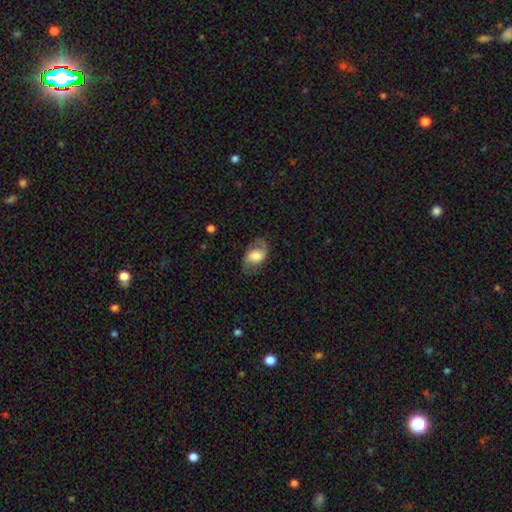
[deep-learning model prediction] A featured or disk galaxy (50%).

Vote fractions:
- Smooth or featured? featured or disk: 50% / smooth: 42% / star or artifact: 8%
- Merging? none: 68% / minor disturbance: 20% / major disturbance: 11% / merger: 1%